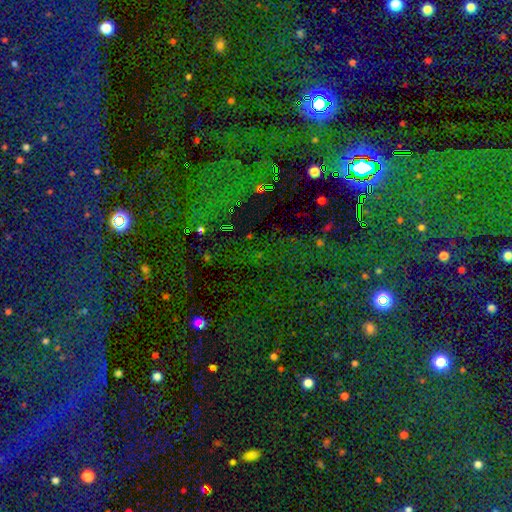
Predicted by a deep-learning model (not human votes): Smooth or featured?
  - star or artifact: 80% *
  - smooth: 12%
  - featured or disk: 7%